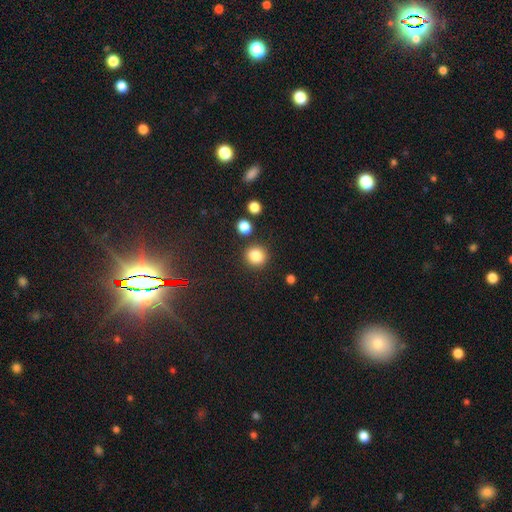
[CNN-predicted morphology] Smooth or featured? Predicted: smooth (p=0.85). How rounded? Predicted: round (p=0.86). Merging? Predicted: none (p=0.85).